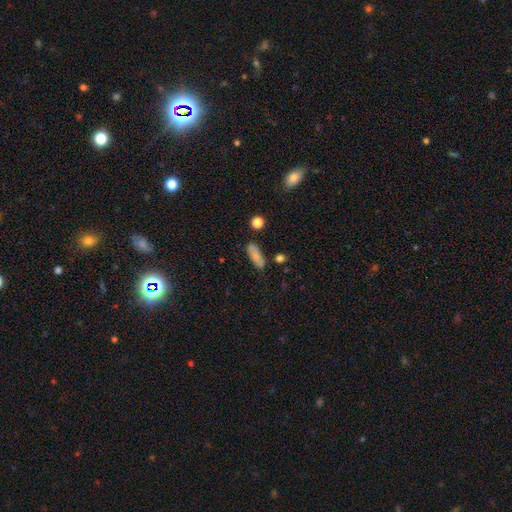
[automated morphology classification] smooth_or_featured: smooth (p=0.76) [alt: featured or disk p=0.16]
how_rounded: in between (p=0.68) [alt: cigar-shaped p=0.28]
merging: none (p=0.77) [alt: minor disturbance p=0.15]